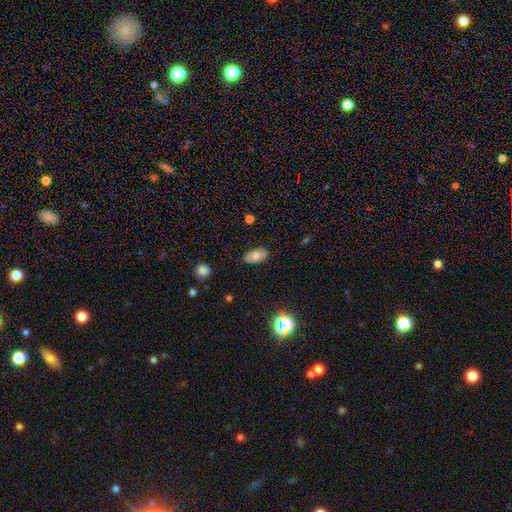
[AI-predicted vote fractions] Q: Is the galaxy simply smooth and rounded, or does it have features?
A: smooth — 71%.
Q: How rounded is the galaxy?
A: in between — 92%.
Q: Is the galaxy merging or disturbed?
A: none — 81%.